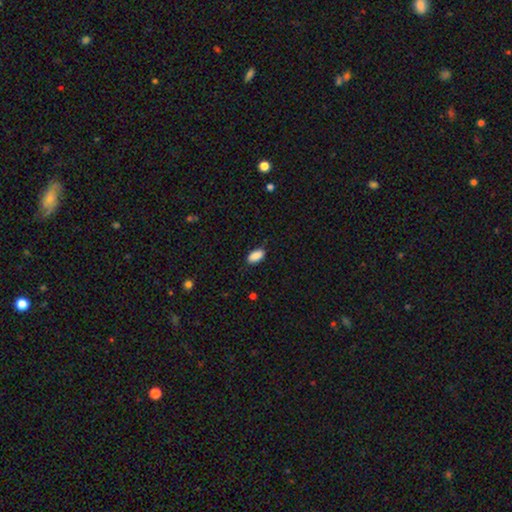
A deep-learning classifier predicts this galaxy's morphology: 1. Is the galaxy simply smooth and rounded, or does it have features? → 89% smooth, 7% star or artifact, 4% featured or disk.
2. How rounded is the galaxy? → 93% in between, 4% cigar-shaped, 3% round.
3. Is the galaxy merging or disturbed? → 84% none, 13% minor disturbance, 2% major disturbance, 1% merger.